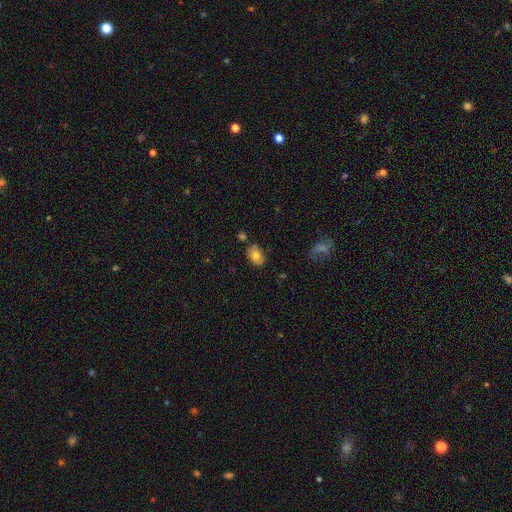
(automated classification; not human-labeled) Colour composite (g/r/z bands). It shows a smooth galaxy with no disk features (77%) that is in between round and cigar-shaped (81%). Merging: none (78%).